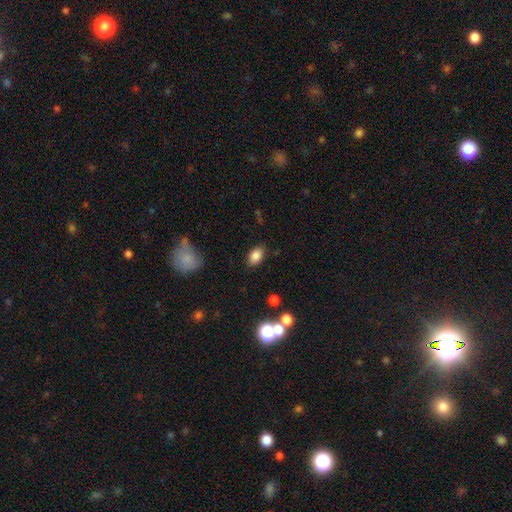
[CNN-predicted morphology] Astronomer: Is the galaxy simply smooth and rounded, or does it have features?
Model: smooth — 84%.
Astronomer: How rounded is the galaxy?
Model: in between — 87%.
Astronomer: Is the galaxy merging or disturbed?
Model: none — 85%.